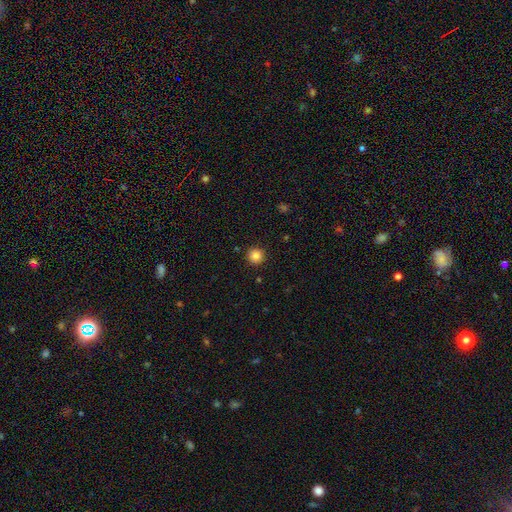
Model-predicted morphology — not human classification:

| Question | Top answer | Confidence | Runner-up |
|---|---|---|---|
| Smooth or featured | smooth | 84% | star or artifact (11%) |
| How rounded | round | 95% | in between (4%) |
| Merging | none | 92% | minor disturbance (5%) |